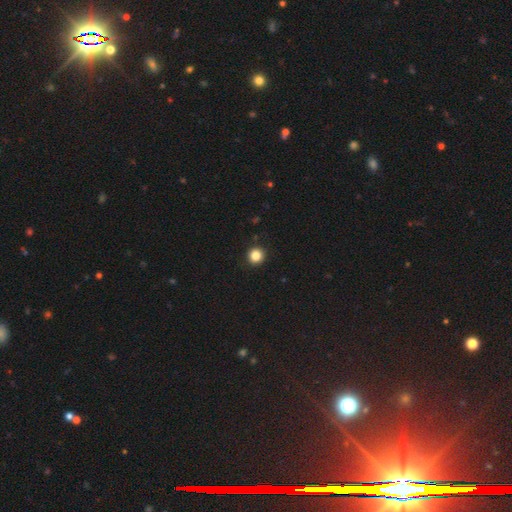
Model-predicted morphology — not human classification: The model was most divided on "smooth or featured": smooth: 85%, star or artifact: 11%, featured or disk: 4%. More confident: how rounded — round (93%); merging — none (93%).